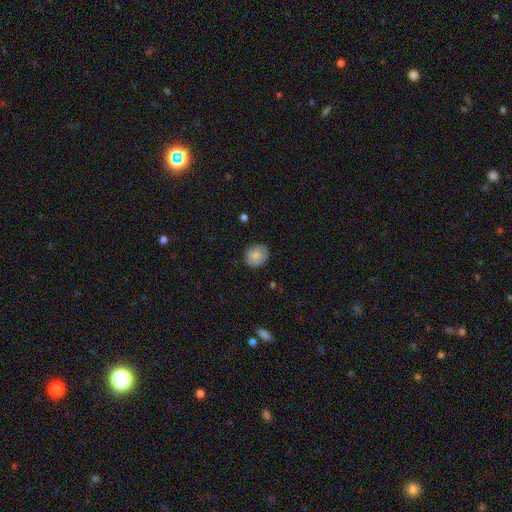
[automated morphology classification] Q: Smooth or featured?
A: smooth (76%); runner-up: featured or disk (17%)
Q: How rounded?
A: round (66%); runner-up: in between (33%)
Q: Merging?
A: none (76%); runner-up: minor disturbance (19%)